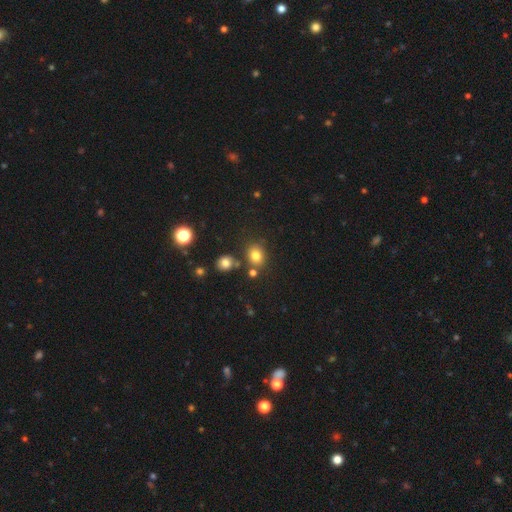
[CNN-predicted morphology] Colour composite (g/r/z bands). It shows a smooth galaxy with no disk features (78%) that is round (66%). Merging: none (75%).